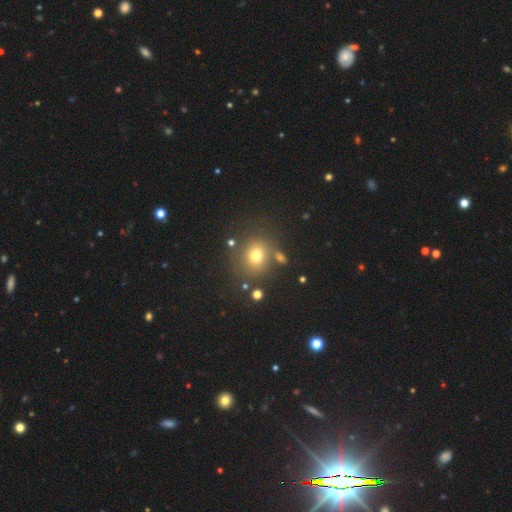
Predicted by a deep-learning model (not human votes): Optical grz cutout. It shows a smooth galaxy with no disk features (72%) that is round (78%). Merging: none (74%).